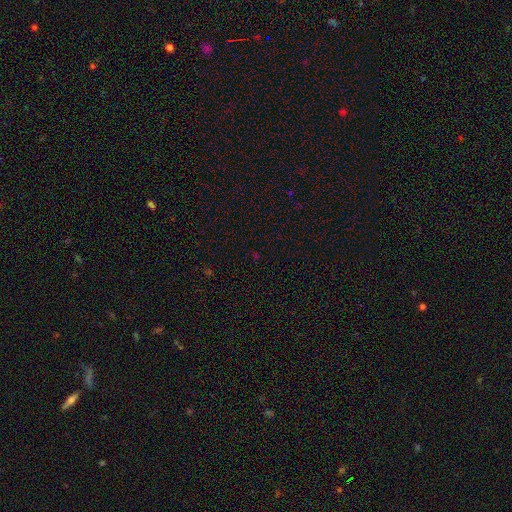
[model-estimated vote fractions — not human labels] Smooth or featured? Predicted: star or artifact (p=0.66).